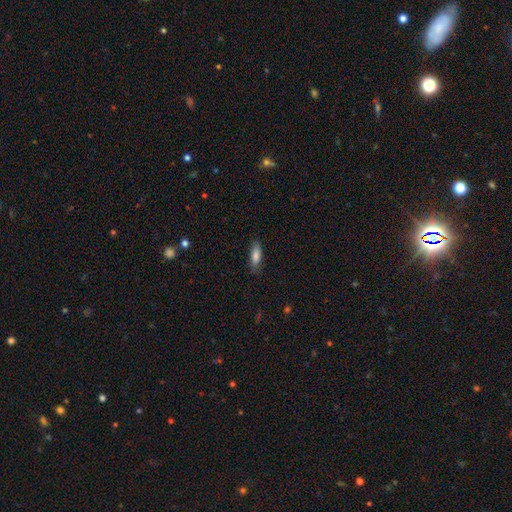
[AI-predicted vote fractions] smooth 82%, featured or disk 11%, star or artifact 7%. Down the decision tree: how rounded — in between (60%); merging — none (79%).